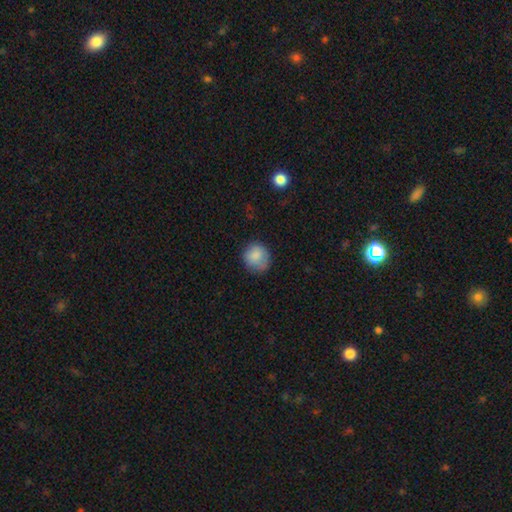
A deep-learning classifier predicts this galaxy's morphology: Smooth or featured: smooth — 86% (star or artifact — 8%)
How rounded: round — 84% (in between — 15%)
Merging: none — 76% (minor disturbance — 19%)